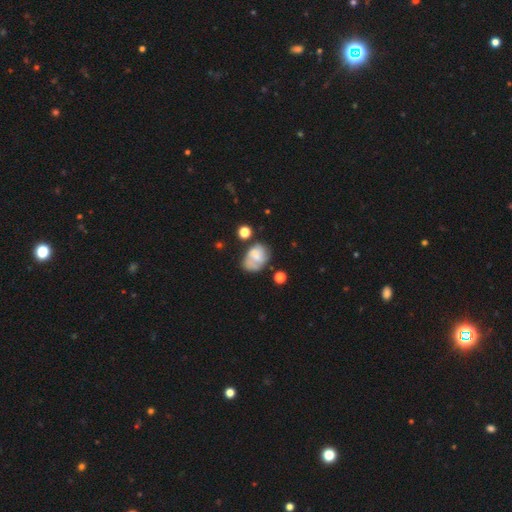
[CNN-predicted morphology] This appears to be a smooth galaxy with no disk features (57%) that is in between round and cigar-shaped (73%). Merging: none (39%).